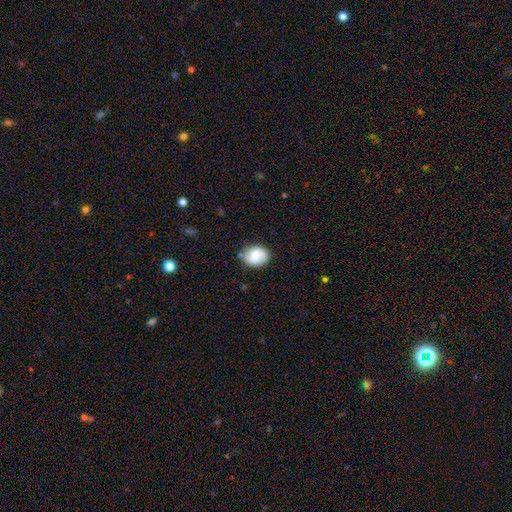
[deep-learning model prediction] Morphology: type=smooth (81%); roundness=in between (52%); merging=none (76%).